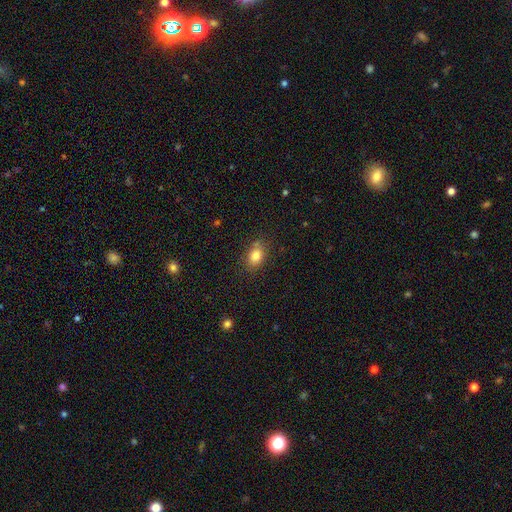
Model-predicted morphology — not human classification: Smooth or featured: smooth — 82% (star or artifact — 10%)
How rounded: in between — 75% (round — 24%)
Merging: none — 76% (minor disturbance — 16%)